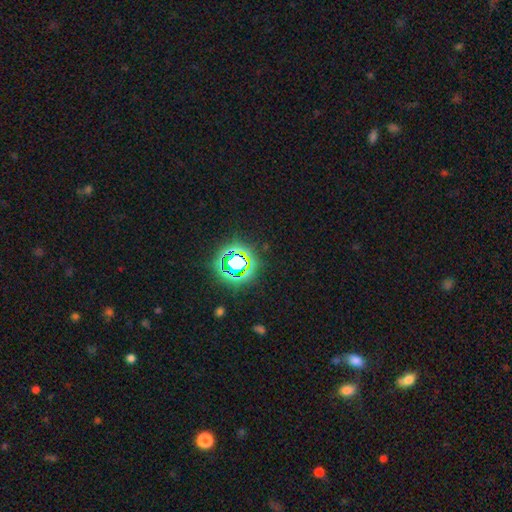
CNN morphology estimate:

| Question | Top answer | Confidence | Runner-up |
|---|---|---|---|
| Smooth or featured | star or artifact | 79% | smooth (14%) |